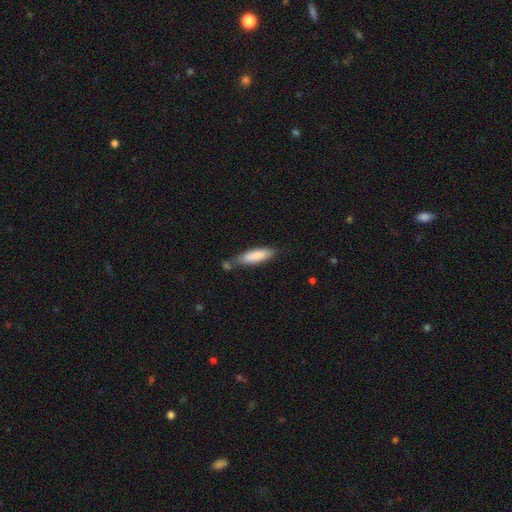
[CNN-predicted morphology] Q: Smooth or featured?
A: smooth (83%); runner-up: featured or disk (11%)
Q: How rounded?
A: cigar-shaped (58%); runner-up: in between (40%)
Q: Merging?
A: none (55%); runner-up: minor disturbance (22%)